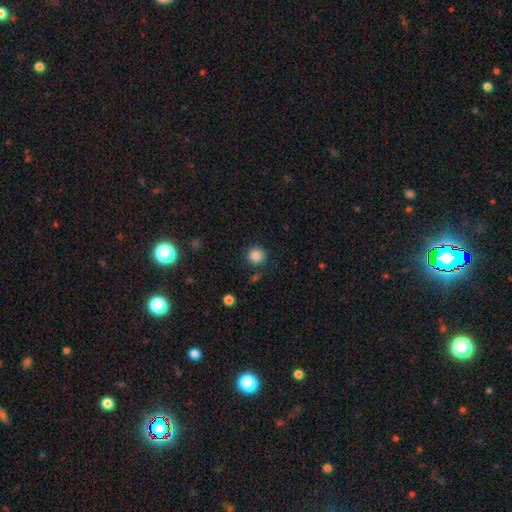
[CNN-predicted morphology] smooth 86%, star or artifact 10%, featured or disk 4%. Down the decision tree: how rounded — round (93%); merging — none (85%).